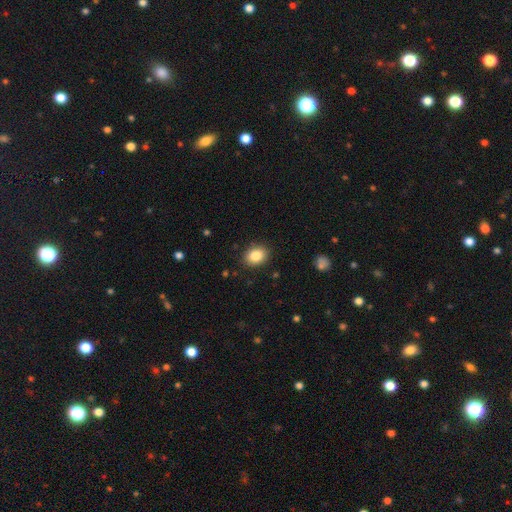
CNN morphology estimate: This is clearly a smooth galaxy (86%). How rounded: likely in between (65%). Merging: clearly none (88%).